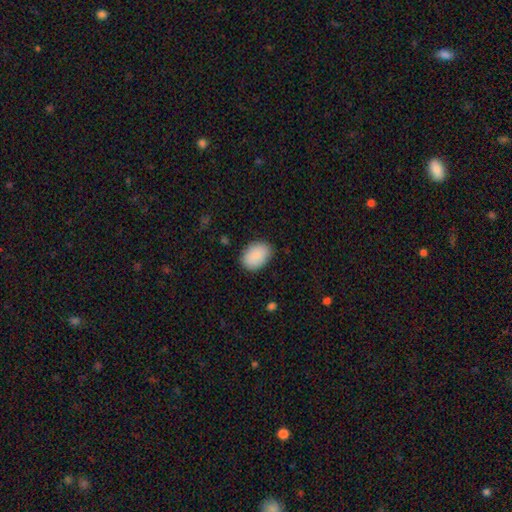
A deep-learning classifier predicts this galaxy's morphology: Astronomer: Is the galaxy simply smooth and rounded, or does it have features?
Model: smooth — 89%.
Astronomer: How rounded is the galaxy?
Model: in between — 83%.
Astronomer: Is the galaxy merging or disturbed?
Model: none — 85%.